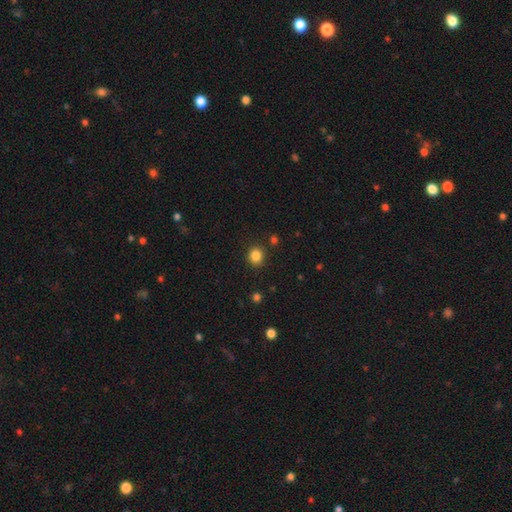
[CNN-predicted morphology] Overall: smooth (85%). How rounded: round (80%). Merging: none (87%).